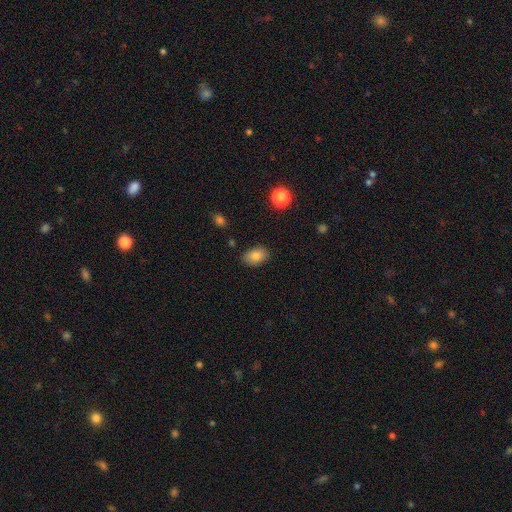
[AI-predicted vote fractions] Smooth or featured? smooth (83%)
How rounded? in between (86%)
Merging? none (84%)